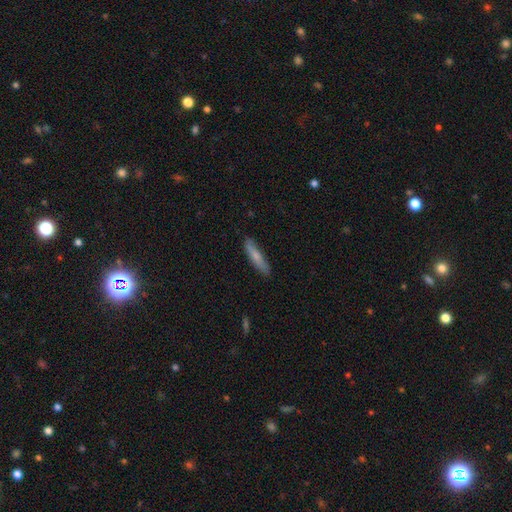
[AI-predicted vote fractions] The model was most divided on "smooth or featured": smooth: 70%, featured or disk: 24%, star or artifact: 6%. More confident: how rounded — cigar-shaped (84%); merging — none (82%).